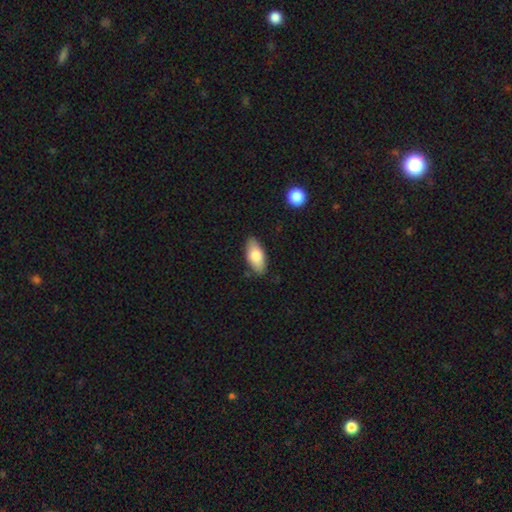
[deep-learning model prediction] Q: Smooth or featured?
A: smooth (77%); runner-up: featured or disk (17%)
Q: How rounded?
A: in between (88%); runner-up: cigar-shaped (10%)
Q: Merging?
A: none (84%); runner-up: minor disturbance (13%)